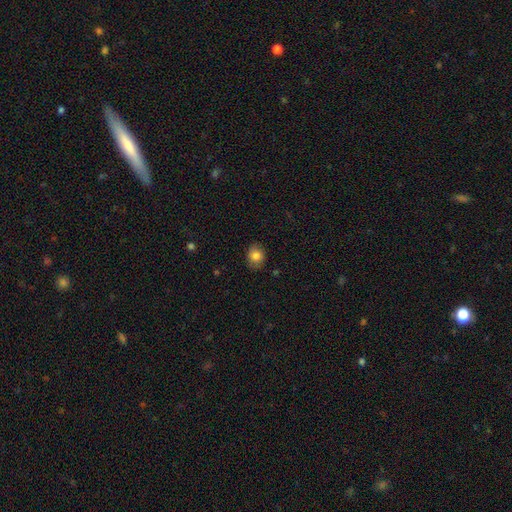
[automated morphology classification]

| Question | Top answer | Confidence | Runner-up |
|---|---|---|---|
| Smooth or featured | smooth | 82% | star or artifact (9%) |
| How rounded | round | 57% | in between (42%) |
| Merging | none | 83% | minor disturbance (13%) |